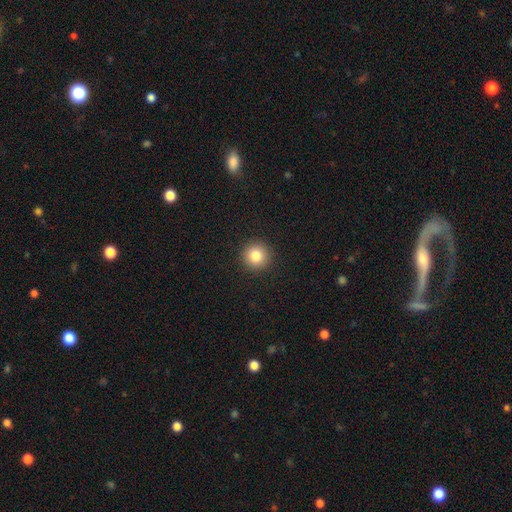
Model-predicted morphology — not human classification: smooth 83%, star or artifact 11%, featured or disk 6%. Down the decision tree: how rounded — round (95%); merging — none (93%).